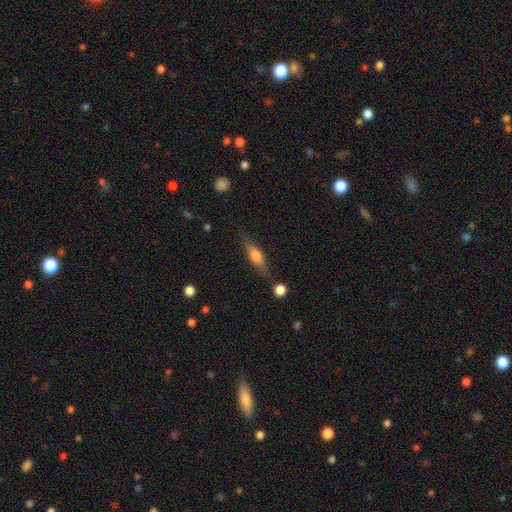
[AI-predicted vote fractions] This is possibly a smooth galaxy (50%). Merging: likely none (74%).